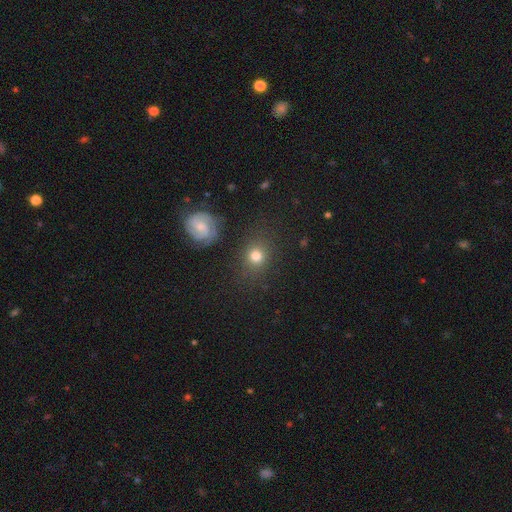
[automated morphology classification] Smooth or featured: smooth — 70% (featured or disk — 16%)
How rounded: round — 76% (in between — 23%)
Merging: none — 82% (minor disturbance — 10%)